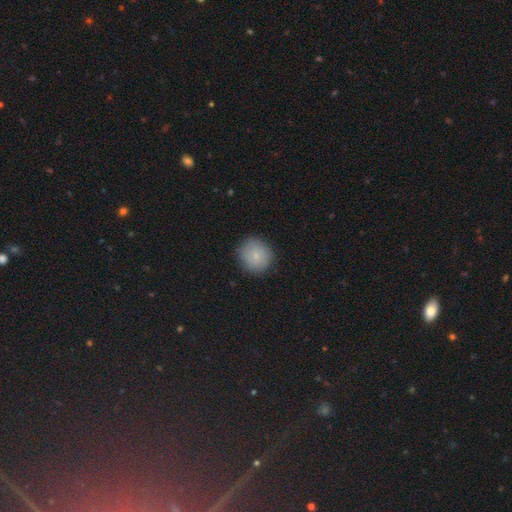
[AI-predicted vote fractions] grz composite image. It shows a smooth galaxy with no disk features (81%) that is round (89%). Merging: none (87%).